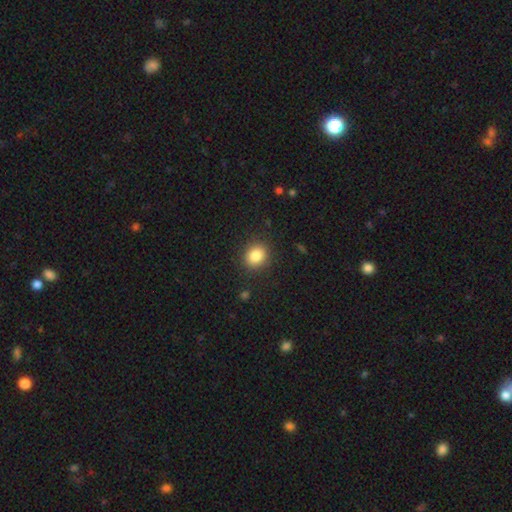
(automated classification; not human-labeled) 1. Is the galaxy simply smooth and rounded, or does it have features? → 85% smooth, 10% star or artifact, 5% featured or disk.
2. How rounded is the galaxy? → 71% round, 28% in between, 1% cigar-shaped.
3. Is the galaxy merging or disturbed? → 88% none, 8% minor disturbance, 3% major disturbance, 1% merger.